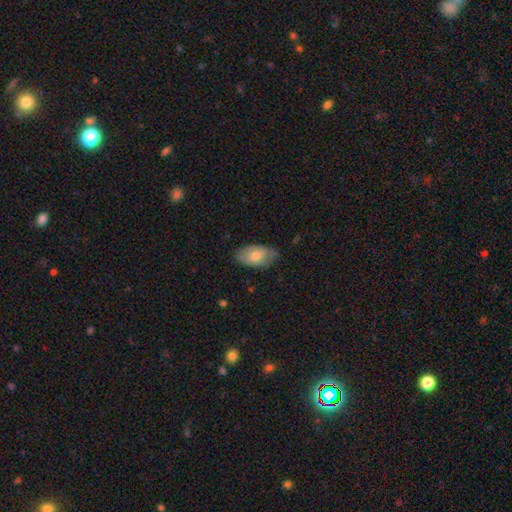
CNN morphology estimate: This is likely a smooth galaxy (70%). How rounded: clearly in between (93%). Merging: likely none (76%).